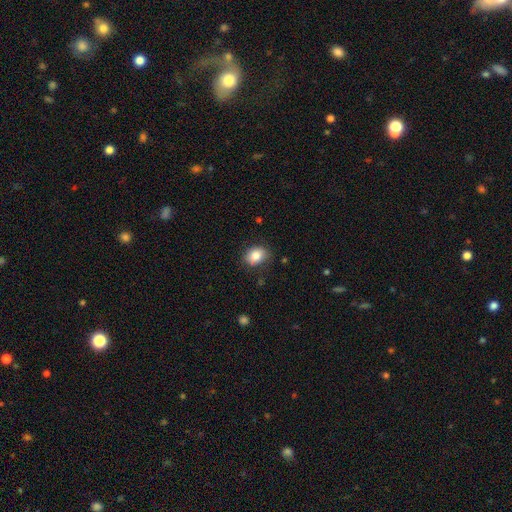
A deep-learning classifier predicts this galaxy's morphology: A smooth galaxy with no disk features (82%) that is in between round and cigar-shaped (62%). Merging: none (80%).